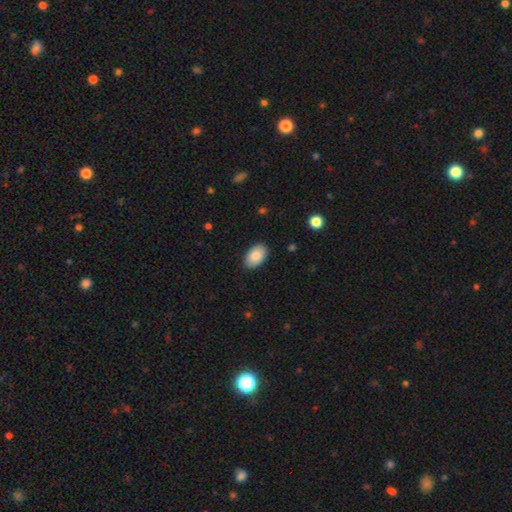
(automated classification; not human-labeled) This is clearly a smooth galaxy (87%). How rounded: clearly in between (93%). Merging: clearly none (87%).